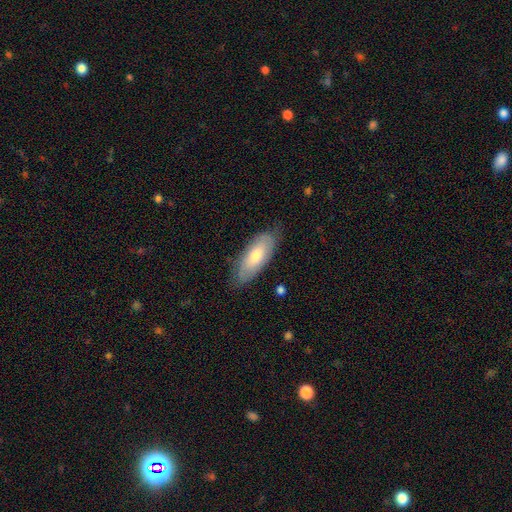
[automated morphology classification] smooth-or-featured: smooth: 63% | featured or disk: 31% | star or artifact: 6%
  how-rounded: in between: 78% | cigar-shaped: 20% | round: 2%
  merging: none: 76% | minor disturbance: 19% | major disturbance: 4% | merger: 1%